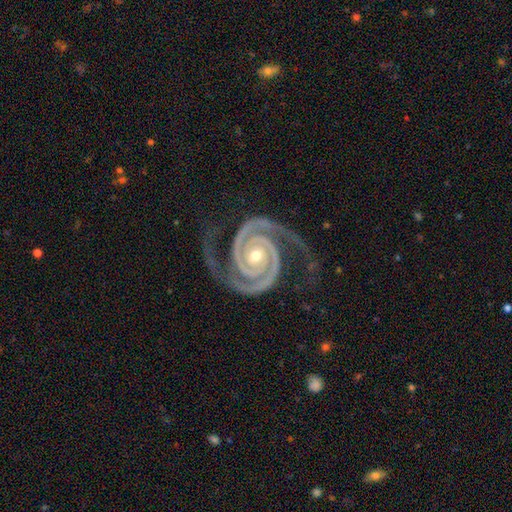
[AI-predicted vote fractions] This is clearly a featured or disk galaxy (95%). It is clearly not viewed edge-on (98%). Bar: likely no (70%). Spiral arm pattern: clearly yes (99%). Spiral arm count: clearly 2 (94%). Spiral winding: likely tight (77%). Central bulge: possibly moderate (49%). Merging: likely none (79%).